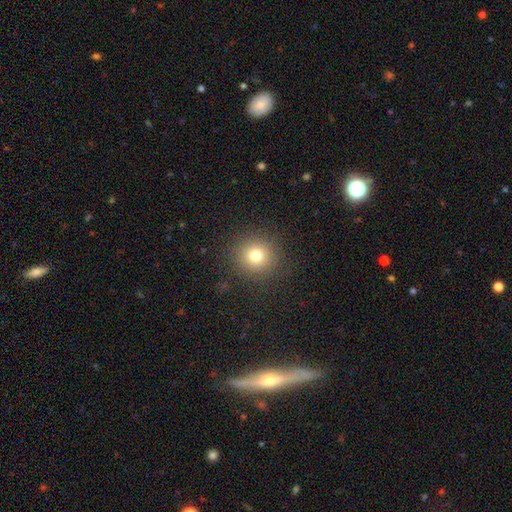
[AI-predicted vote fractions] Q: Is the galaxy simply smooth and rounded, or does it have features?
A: smooth — 77%.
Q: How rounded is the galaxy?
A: round — 91%.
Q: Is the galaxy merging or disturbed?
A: none — 88%.